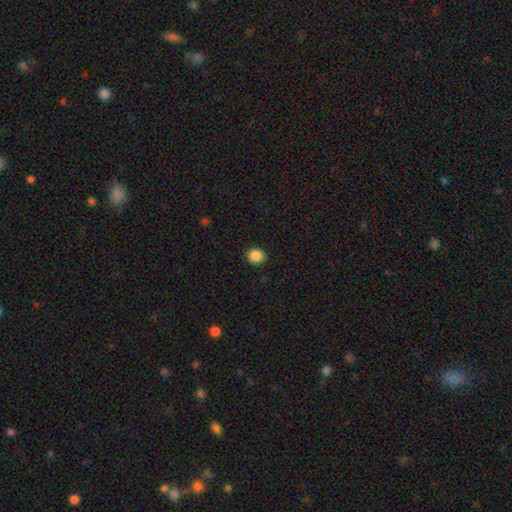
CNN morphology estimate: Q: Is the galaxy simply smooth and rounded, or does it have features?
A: smooth — 87%.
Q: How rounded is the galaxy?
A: round — 74%.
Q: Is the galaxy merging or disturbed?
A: none — 91%.